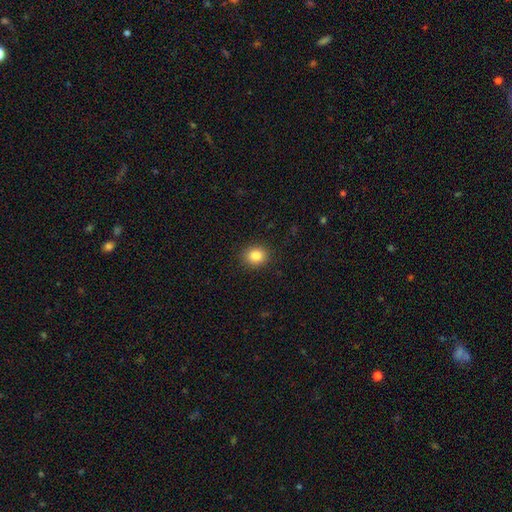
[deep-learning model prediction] A smooth galaxy with no disk features (85%) that is round (71%).

Vote fractions:
- Smooth or featured? smooth: 85% / star or artifact: 10% / featured or disk: 5%
- How rounded? round: 71% / in between: 28% / cigar-shaped: 1%
- Merging? none: 90% / minor disturbance: 7% / major disturbance: 2% / merger: 1%